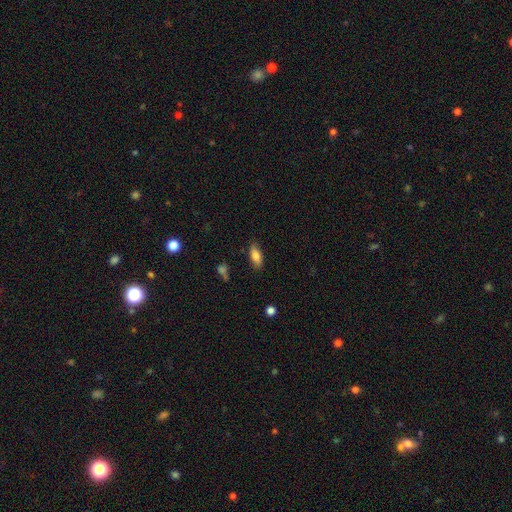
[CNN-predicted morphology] The model was most divided on "how rounded": in between: 80%, cigar-shaped: 18%, round: 3%. More confident: smooth or featured — smooth (80%); merging — none (79%).